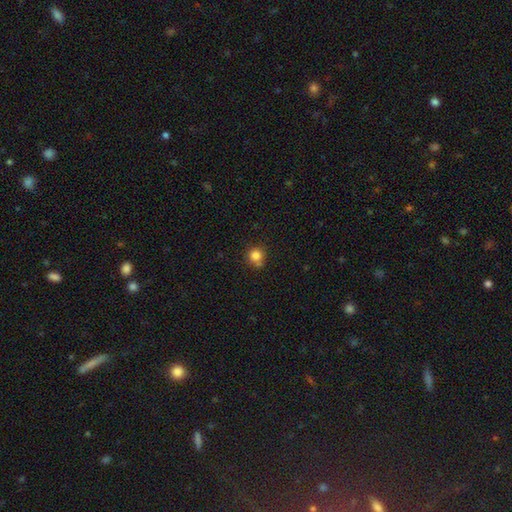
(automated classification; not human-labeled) Morphology: type=smooth (83%); roundness=round (90%); merging=none (68%).